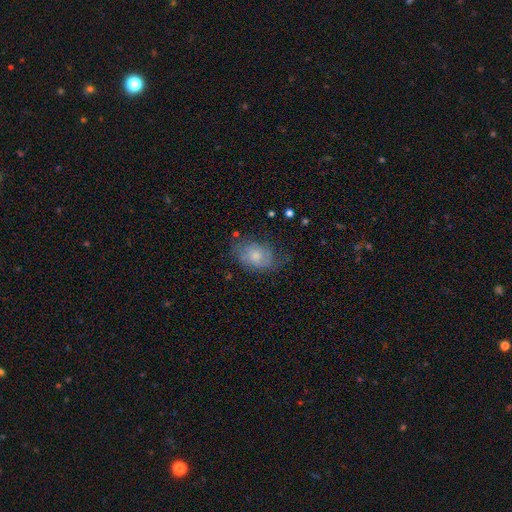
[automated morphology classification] smooth_or_featured: smooth (p=0.60) [alt: featured or disk p=0.32]
how_rounded: in between (p=0.80) [alt: round p=0.18]
merging: none (p=0.53) [alt: minor disturbance p=0.30]